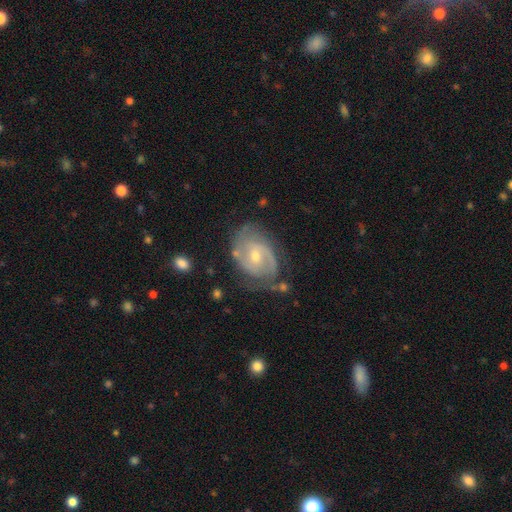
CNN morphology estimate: smooth-or-featured: featured or disk: 85% | smooth: 10% | star or artifact: 5%
  disk-edge-on: no: 97% | yes: 3%
    bar: weak: 49% | no: 42% | strong: 9%
    has-spiral-arms: yes: 94% | no: 6%
      spiral-winding: tight: 44% | medium: 43% | loose: 12%
      spiral-arm-count: 2: 70% | can't tell: 15% | 3: 7% | 1: 4% | 4: 2% | more than 4: 2%
    bulge-size: small: 50% | moderate: 46% | large: 1% | none: 1% | dominant: 1%
  merging: none: 66% | minor disturbance: 22% | major disturbance: 8% | merger: 3%